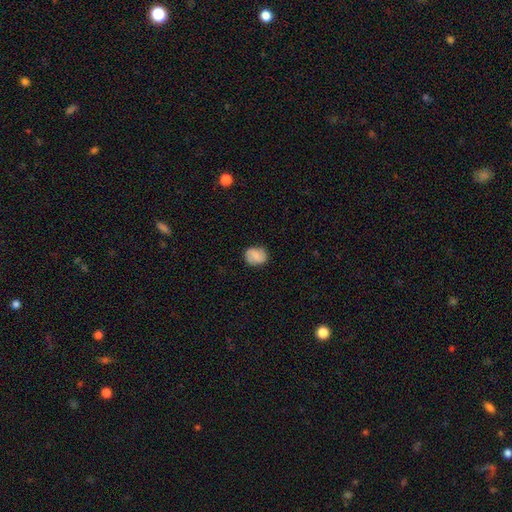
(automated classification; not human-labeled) This appears to be a smooth galaxy with no disk features (70%) that is round (60%). Merging: none (83%).